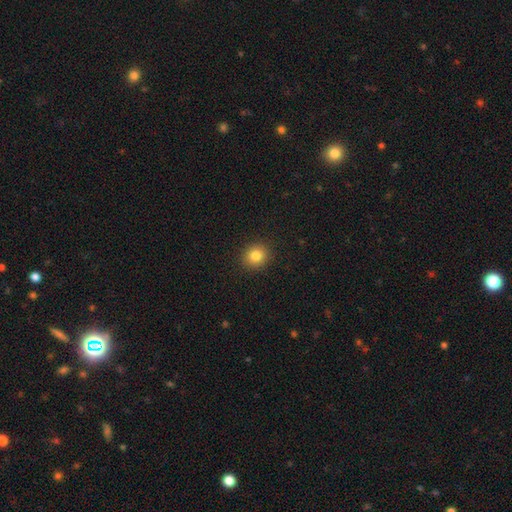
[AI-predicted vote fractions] Overall: smooth (83%). How rounded: round (85%). Merging: none (91%).